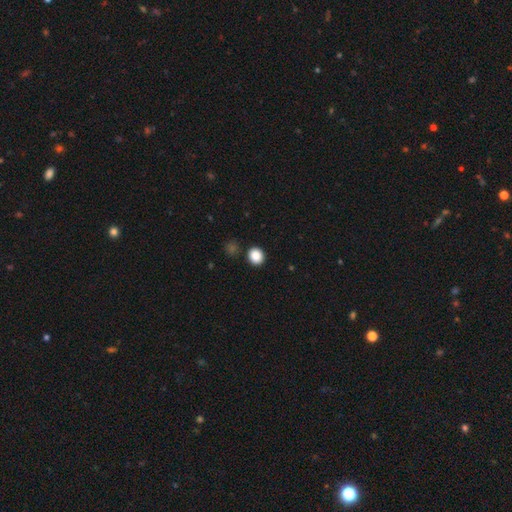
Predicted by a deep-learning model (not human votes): smooth 87%, star or artifact 10%, featured or disk 3%. Down the decision tree: how rounded — round (82%); merging — none (89%).